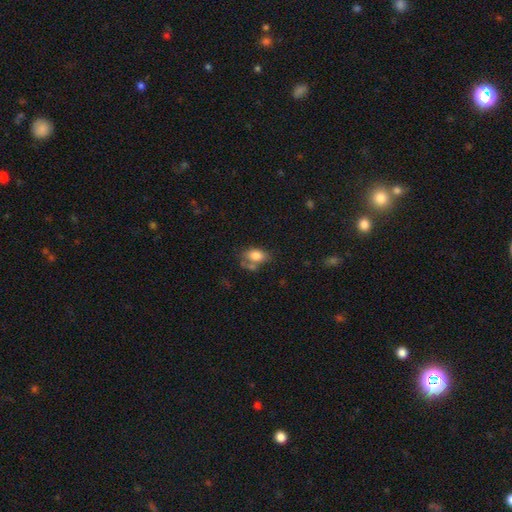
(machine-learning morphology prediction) A smooth galaxy with no disk features (79%) that is in between round and cigar-shaped (85%).

Vote fractions:
- Smooth or featured? smooth: 79% / featured or disk: 12% / star or artifact: 9%
- How rounded? in between: 85% / round: 13% / cigar-shaped: 2%
- Merging? none: 42% / merger: 25% / minor disturbance: 21% / major disturbance: 12%